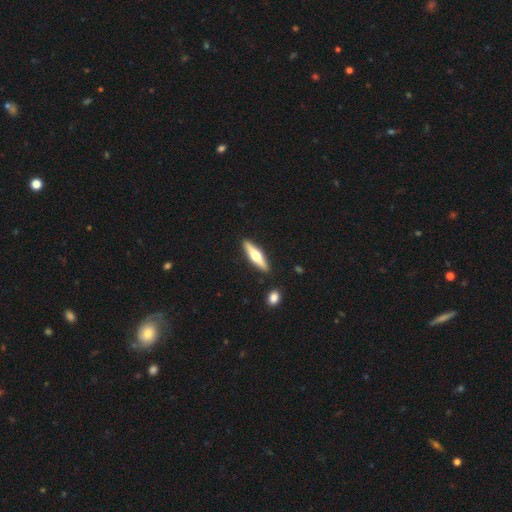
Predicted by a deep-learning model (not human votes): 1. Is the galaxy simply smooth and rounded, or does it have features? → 58% featured or disk, 37% smooth, 5% star or artifact.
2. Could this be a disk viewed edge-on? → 95% yes, 5% no.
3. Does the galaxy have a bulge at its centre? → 95% rounded, 3% none, 3% boxy.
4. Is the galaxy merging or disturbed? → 89% none, 7% minor disturbance, 2% merger, 2% major disturbance.